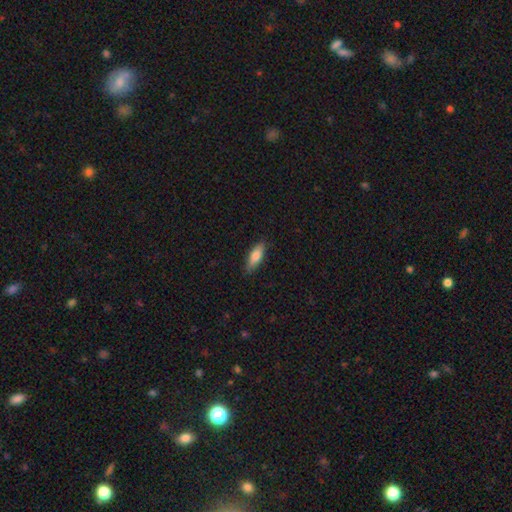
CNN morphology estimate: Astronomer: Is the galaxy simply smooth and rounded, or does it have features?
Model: smooth — 76%.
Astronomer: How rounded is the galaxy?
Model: in between — 54% (runner-up: cigar-shaped, 44%).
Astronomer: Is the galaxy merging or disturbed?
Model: none — 85%.